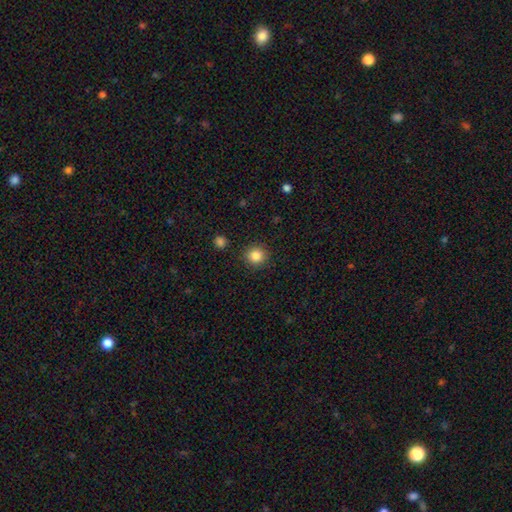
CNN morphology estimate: A smooth galaxy with no disk features (85%) that is round (92%).

Vote fractions:
- Smooth or featured? smooth: 85% / star or artifact: 10% / featured or disk: 4%
- How rounded? round: 92% / in between: 7% / cigar-shaped: 1%
- Merging? none: 90% / minor disturbance: 6% / major disturbance: 2% / merger: 2%